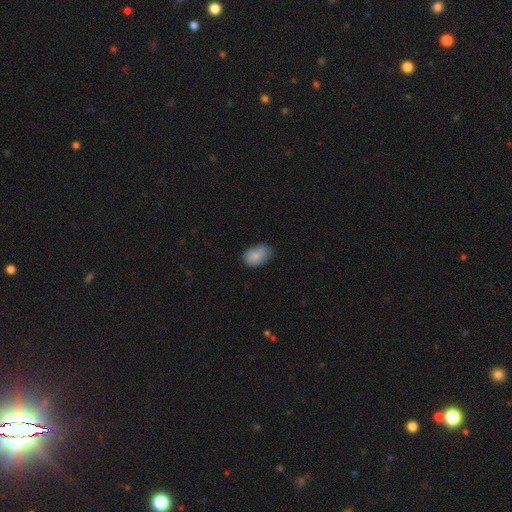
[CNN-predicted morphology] Q: Smooth or featured?
A: smooth (81%); runner-up: featured or disk (11%)
Q: How rounded?
A: in between (85%); runner-up: round (14%)
Q: Merging?
A: none (58%); runner-up: minor disturbance (33%)